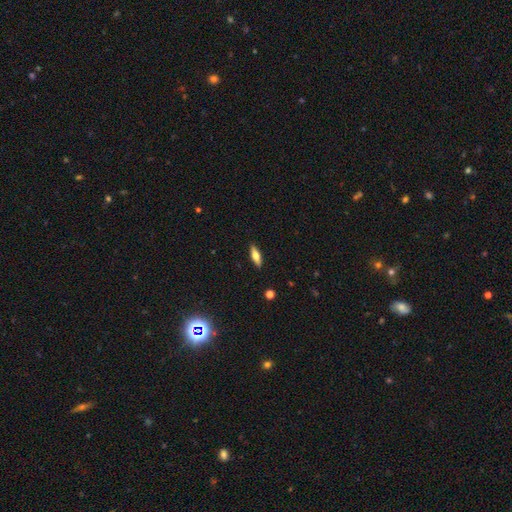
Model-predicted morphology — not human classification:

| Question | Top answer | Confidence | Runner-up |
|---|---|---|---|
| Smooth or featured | smooth | 58% | featured or disk (36%) |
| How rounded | cigar-shaped | 52% | in between (45%) |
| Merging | none | 90% | minor disturbance (7%) |